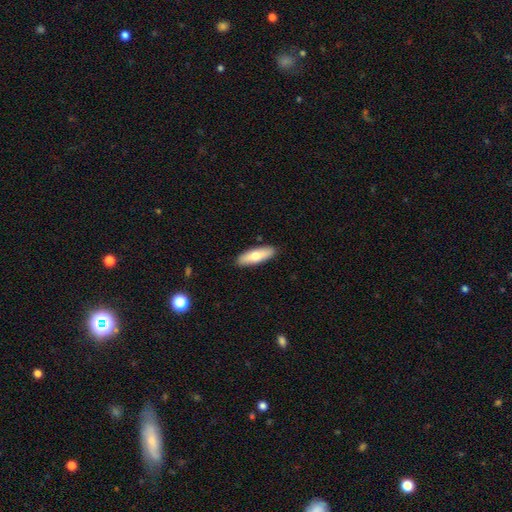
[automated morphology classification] Overall: smooth (71%). How rounded: cigar-shaped (49%, tied with in between). Merging: none (90%).